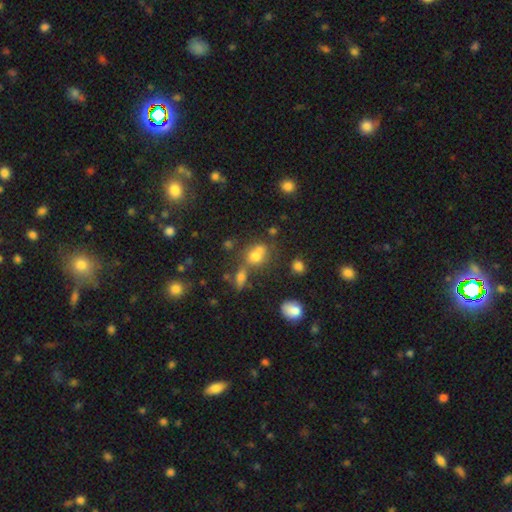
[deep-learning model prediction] Smooth or featured?
  - smooth: 67% *
  - star or artifact: 19%
  - featured or disk: 13%
How rounded?
  - round: 52% *
  - in between: 45%
  - cigar-shaped: 2%
Merging?
  - merger: 42% *
  - none: 38%
  - minor disturbance: 12%
  - major disturbance: 7%